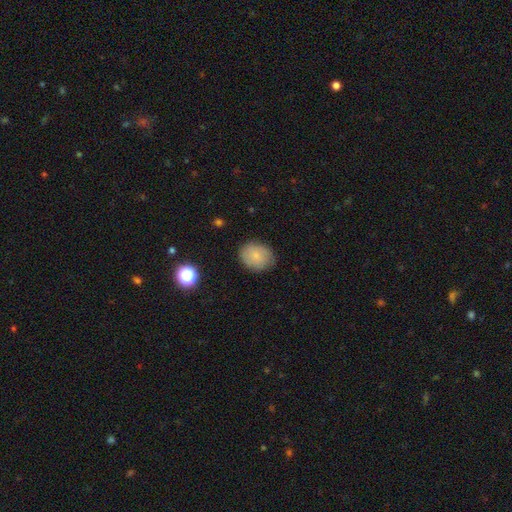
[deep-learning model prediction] A smooth galaxy with no disk features (77%) that is round (62%).

Vote fractions:
- Smooth or featured? smooth: 77% / featured or disk: 14% / star or artifact: 9%
- How rounded? round: 62% / in between: 37% / cigar-shaped: 1%
- Merging? none: 81% / minor disturbance: 15% / major disturbance: 3% / merger: 1%